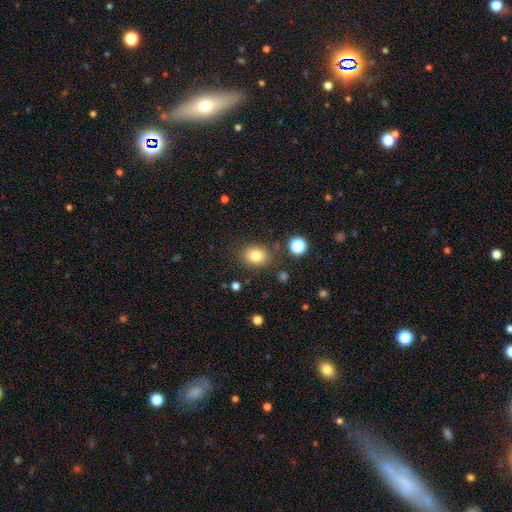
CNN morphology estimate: smooth_or_featured: smooth (p=0.81) [alt: star or artifact p=0.12]
how_rounded: in between (p=0.50) [alt: round p=0.49]
merging: none (p=0.81) [alt: minor disturbance p=0.12]